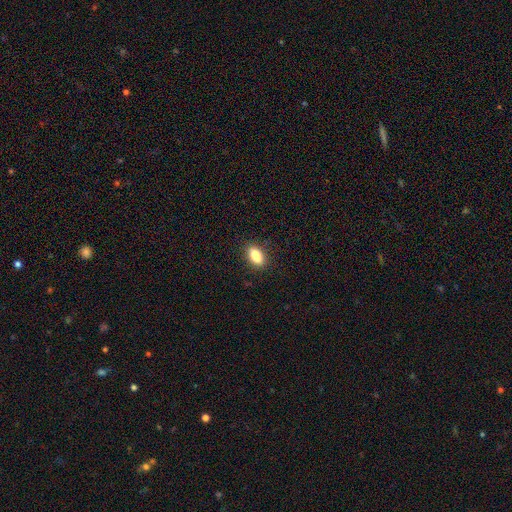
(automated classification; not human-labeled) A smooth galaxy with no disk features (87%) that is in between round and cigar-shaped (87%). Merging: none (87%).